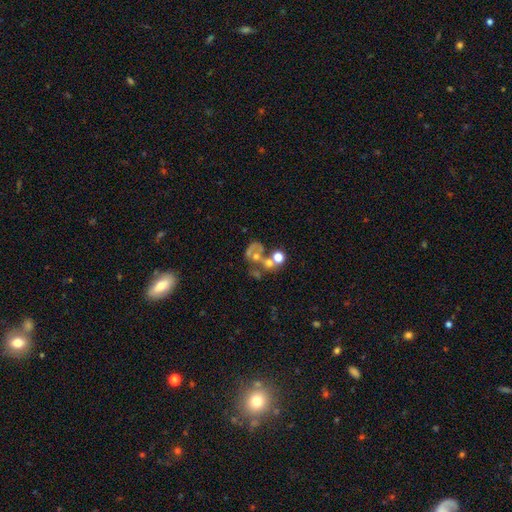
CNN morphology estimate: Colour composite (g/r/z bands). It shows a featured or disk galaxy (45%). Merging: merger (46%).